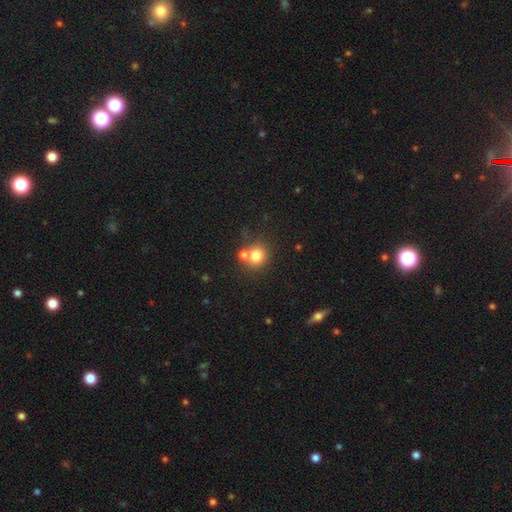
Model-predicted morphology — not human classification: type=smooth (77%); roundness=round (84%); merging=none (59%).